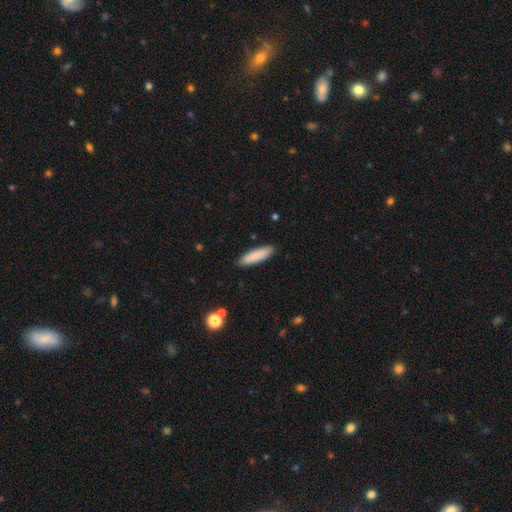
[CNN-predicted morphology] Smooth or featured? smooth (87%)
How rounded? cigar-shaped (68%)
Merging? none (89%)